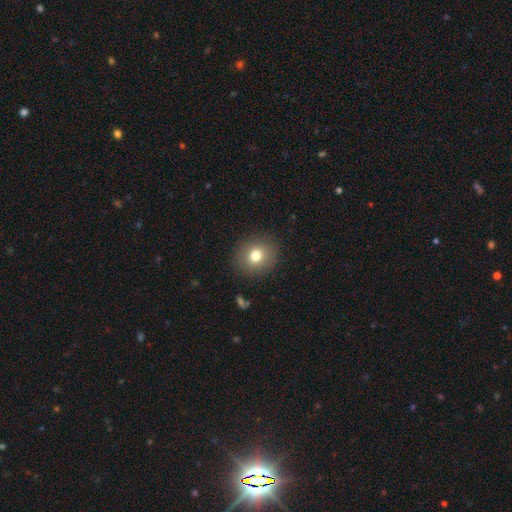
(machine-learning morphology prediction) Smooth or featured: smooth — 77% (featured or disk — 11%)
How rounded: round — 78% (in between — 21%)
Merging: none — 89% (minor disturbance — 7%)